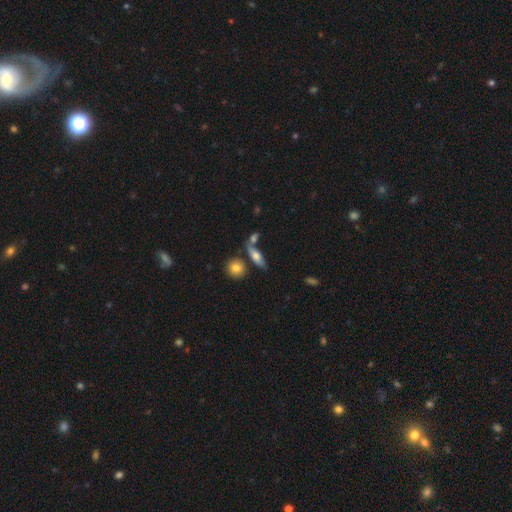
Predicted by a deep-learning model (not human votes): This appears to be a smooth galaxy with no disk features (63%) that is in between round and cigar-shaped (56%). Merging: none (60%).